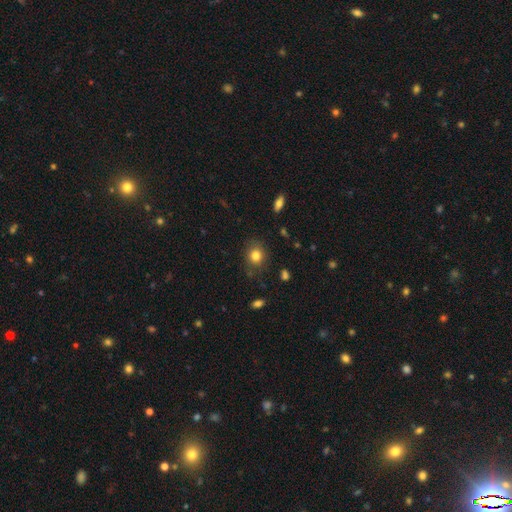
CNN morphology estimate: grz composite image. It shows a smooth galaxy with no disk features (82%) that is round (72%). Merging: none (80%).